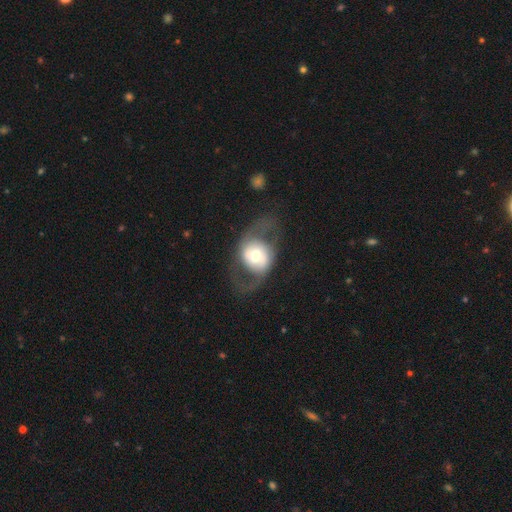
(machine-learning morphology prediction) Smooth or featured?
  - featured or disk: 66% *
  - smooth: 28%
  - star or artifact: 6%
Edge-on disk?
  - no: 93% *
  - yes: 7%
Bar?
  - no: 56% *
  - weak: 29%
  - strong: 15%
Spiral arms?
  - yes: 65% *
  - no: 35%
Bulge size?
  - moderate: 60% *
  - large: 25%
  - small: 10%
  - dominant: 4%
  - none: 1%
Merging?
  - none: 62% *
  - major disturbance: 22%
  - minor disturbance: 15%
  - merger: 2%